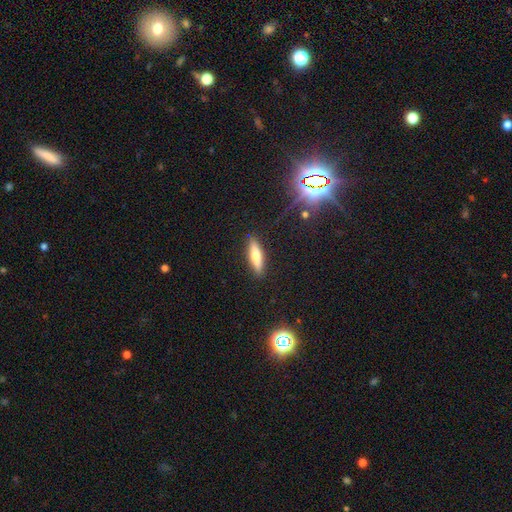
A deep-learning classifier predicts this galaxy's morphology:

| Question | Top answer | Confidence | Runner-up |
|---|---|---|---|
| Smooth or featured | smooth | 63% | featured or disk (29%) |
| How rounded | cigar-shaped | 69% | in between (29%) |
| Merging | none | 89% | minor disturbance (8%) |